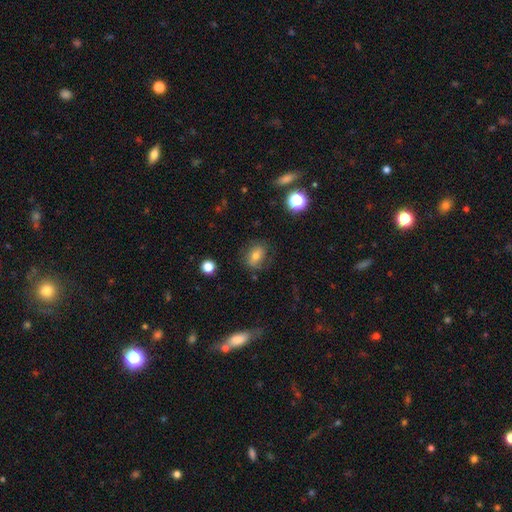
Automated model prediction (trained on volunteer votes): A smooth galaxy with no disk features (63%) that is in between round and cigar-shaped (60%). Merging: none (71%).